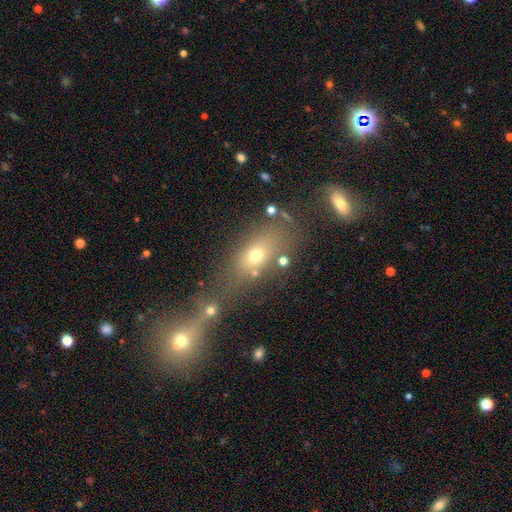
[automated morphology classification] Smooth or featured? smooth (61%)
How rounded? in between (65%)
Merging? none (44%)